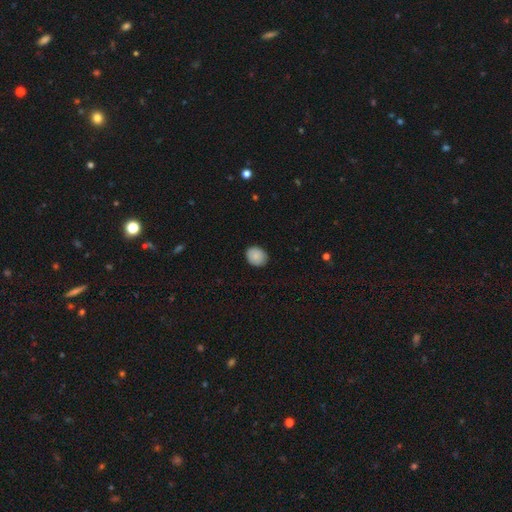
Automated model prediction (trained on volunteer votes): Smooth or featured? Predicted: smooth (p=0.85). How rounded? Predicted: round (p=0.66). Merging? Predicted: none (p=0.86).